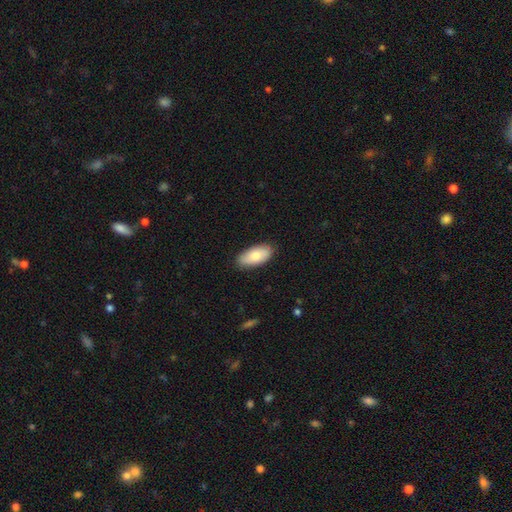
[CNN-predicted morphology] smooth_or_featured: smooth (p=0.78) [alt: featured or disk p=0.17]
how_rounded: in between (p=0.92) [alt: cigar-shaped p=0.06]
merging: none (p=0.85) [alt: minor disturbance p=0.12]